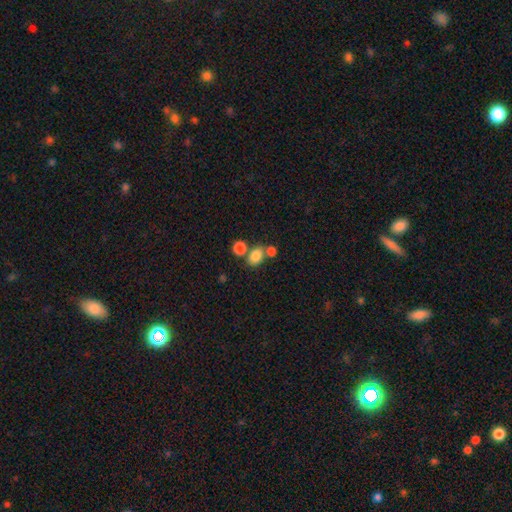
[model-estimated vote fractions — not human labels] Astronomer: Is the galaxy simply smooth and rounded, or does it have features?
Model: smooth — 81%.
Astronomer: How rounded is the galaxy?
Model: in between — 60% (runner-up: round, 39%).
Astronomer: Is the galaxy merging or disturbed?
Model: none — 54% (runner-up: merger, 30%).